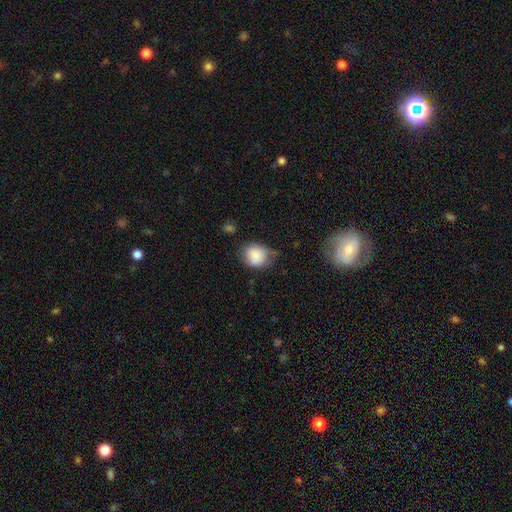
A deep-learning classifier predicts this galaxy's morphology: smooth 82%, featured or disk 10%, star or artifact 8%. Down the decision tree: how rounded — round (65%); merging — none (47%).